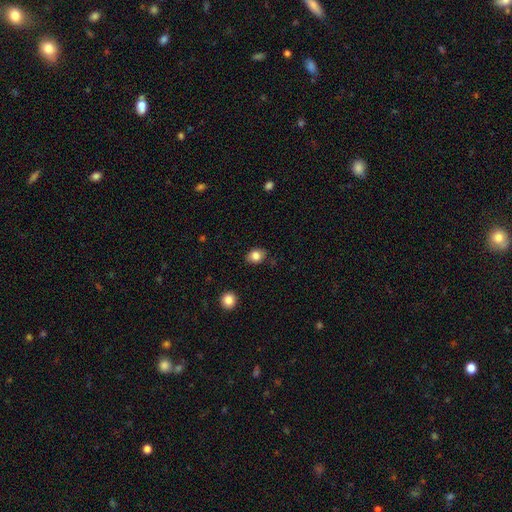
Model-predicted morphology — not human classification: Smooth or featured?
  - smooth: 84% *
  - star or artifact: 9%
  - featured or disk: 7%
How rounded?
  - in between: 55% *
  - round: 44%
  - cigar-shaped: 1%
Merging?
  - none: 81% *
  - minor disturbance: 14%
  - major disturbance: 3%
  - merger: 2%